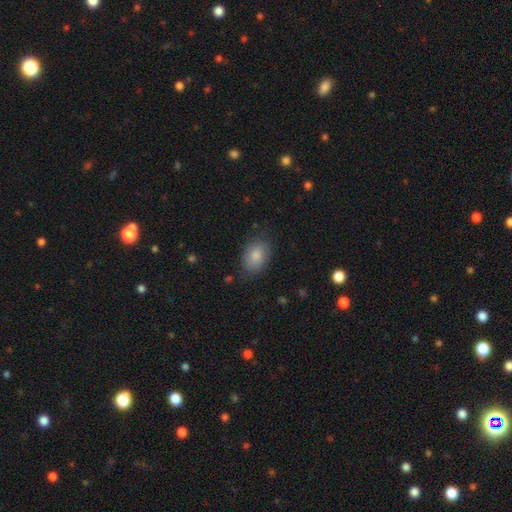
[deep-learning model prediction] Overall: smooth (84%). How rounded: in between (84%). Merging: none (78%).